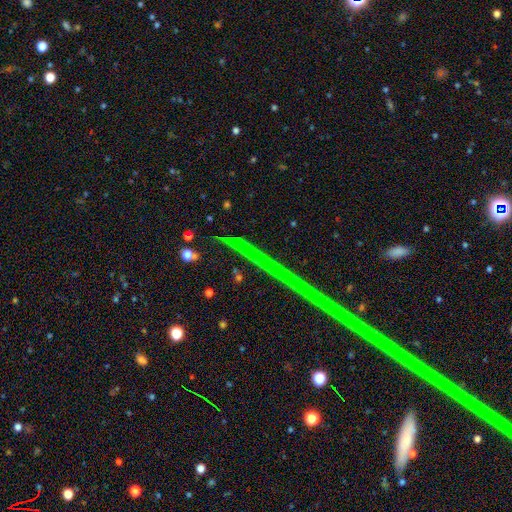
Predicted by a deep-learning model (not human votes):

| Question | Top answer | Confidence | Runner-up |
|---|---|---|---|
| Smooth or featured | star or artifact | 84% | featured or disk (9%) |